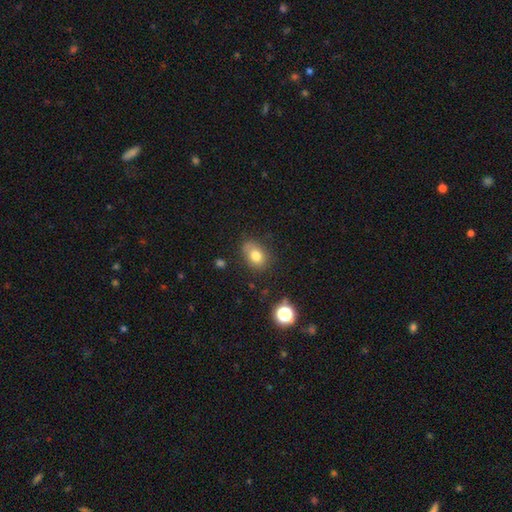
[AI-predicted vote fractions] Smooth or featured: smooth — 78% (star or artifact — 11%)
How rounded: in between — 70% (round — 28%)
Merging: none — 68% (minor disturbance — 23%)